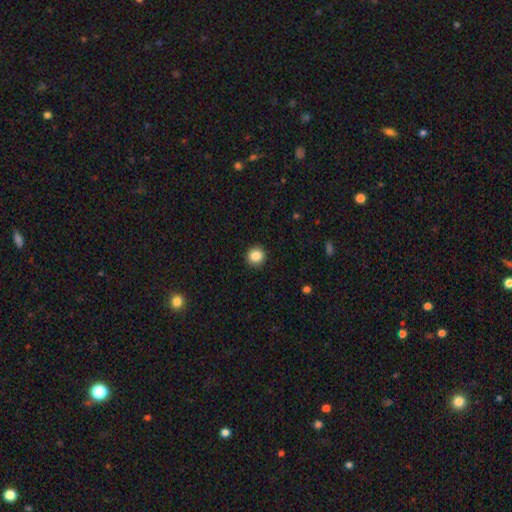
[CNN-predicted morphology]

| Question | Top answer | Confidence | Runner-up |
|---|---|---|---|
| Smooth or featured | smooth | 87% | star or artifact (10%) |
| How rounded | round | 91% | in between (8%) |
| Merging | none | 92% | minor disturbance (6%) |